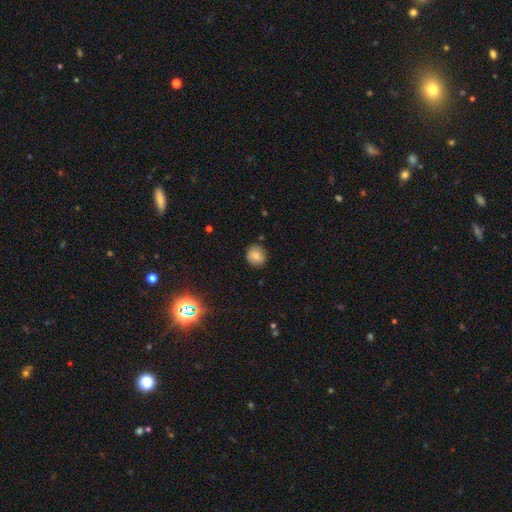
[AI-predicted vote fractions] A smooth galaxy with no disk features (78%) that is round (80%).

Vote fractions:
- Smooth or featured? smooth: 78% / star or artifact: 12% / featured or disk: 10%
- How rounded? round: 80% / in between: 19% / cigar-shaped: 1%
- Merging? none: 86% / minor disturbance: 11% / major disturbance: 2% / merger: 1%